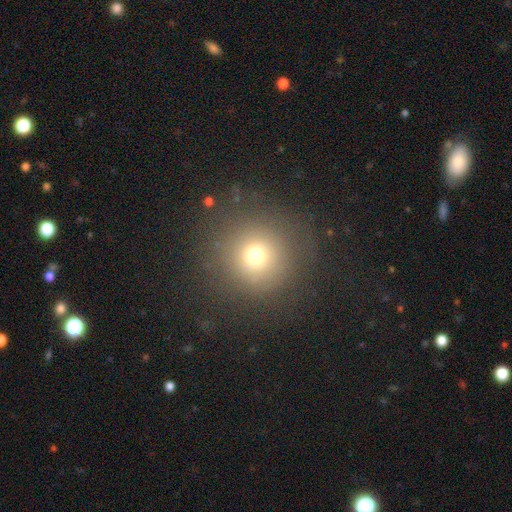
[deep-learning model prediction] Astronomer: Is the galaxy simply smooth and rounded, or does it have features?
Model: smooth — 72%.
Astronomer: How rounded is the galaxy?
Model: round — 94%.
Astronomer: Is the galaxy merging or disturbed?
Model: none — 84%.